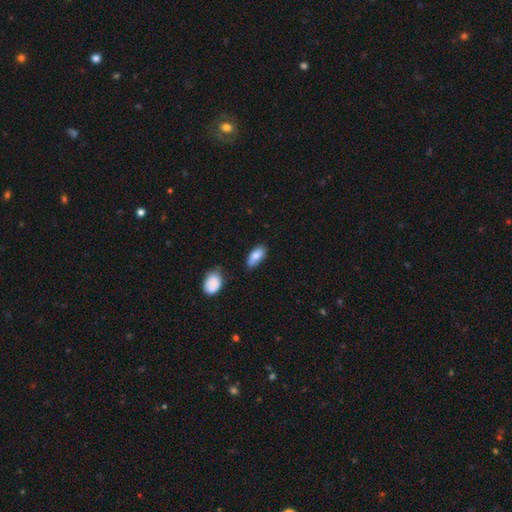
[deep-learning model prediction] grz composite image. It shows a smooth galaxy with no disk features (82%) that is in between round and cigar-shaped (87%). Merging: none (70%).